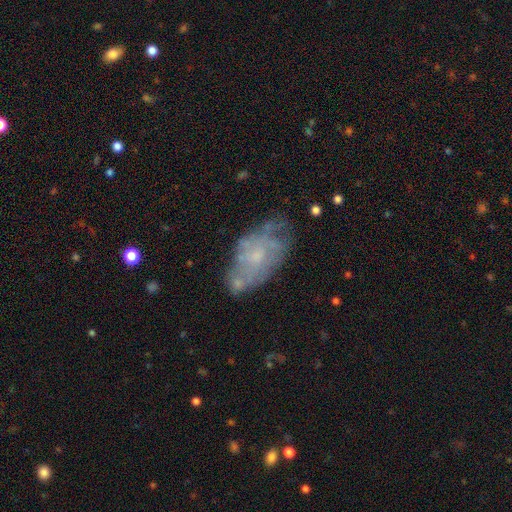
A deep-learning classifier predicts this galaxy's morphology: Smooth or featured? Predicted: featured or disk (p=0.60). Edge-on disk? Predicted: no (p=0.94). Bar? Predicted: no (p=0.78). Spiral arms? Predicted: yes (p=0.53). Bulge size? Predicted: small (p=0.57). Merging? Predicted: none (p=0.54).